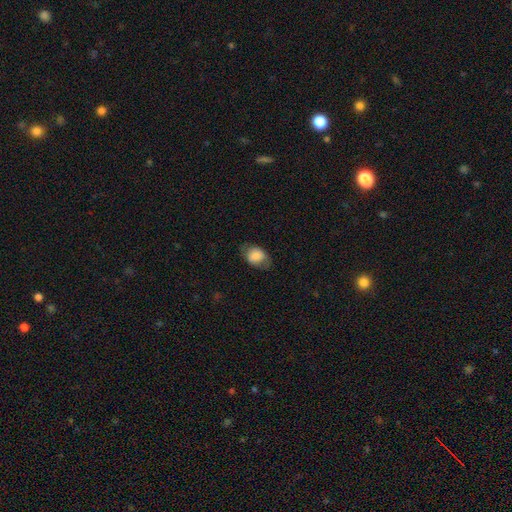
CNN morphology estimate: Smooth or featured? Predicted: smooth (p=0.76). How rounded? Predicted: in between (p=0.74). Merging? Predicted: none (p=0.68).